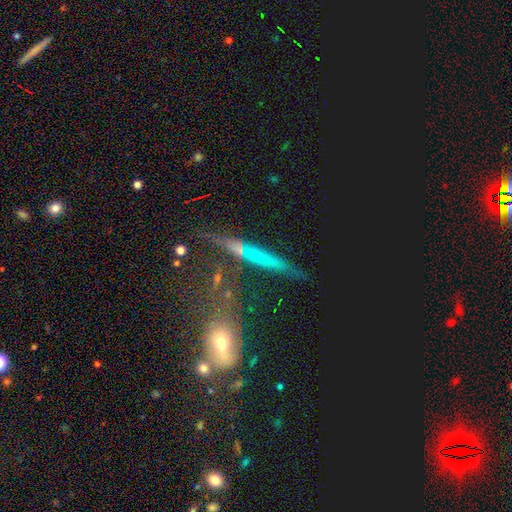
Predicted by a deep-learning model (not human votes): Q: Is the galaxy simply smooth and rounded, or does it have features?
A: featured or disk — 45%.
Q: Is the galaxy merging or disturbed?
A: none — 64%.